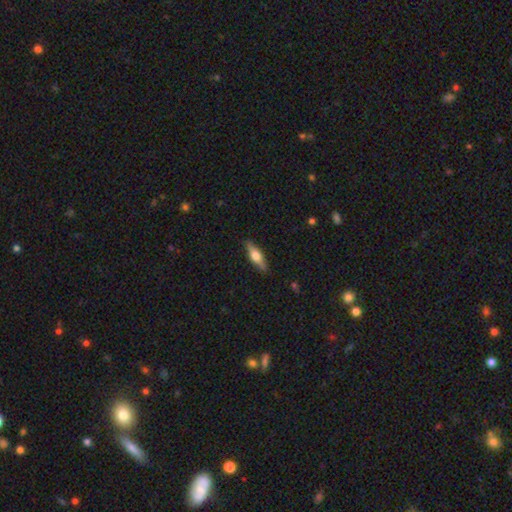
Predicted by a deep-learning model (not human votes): The model was most divided on "smooth or featured": featured or disk: 50%, smooth: 44%, star or artifact: 6%. More confident: edge-on disk — yes (93%); merging — none (88%).